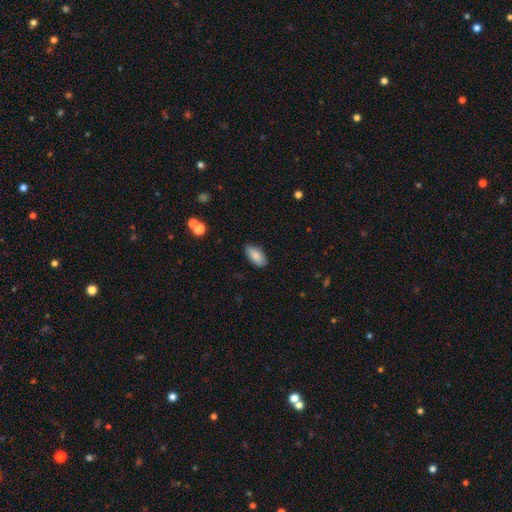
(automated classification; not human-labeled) Smooth or featured: smooth — 86% (featured or disk — 7%)
How rounded: in between — 90% (cigar-shaped — 7%)
Merging: none — 81% (minor disturbance — 15%)